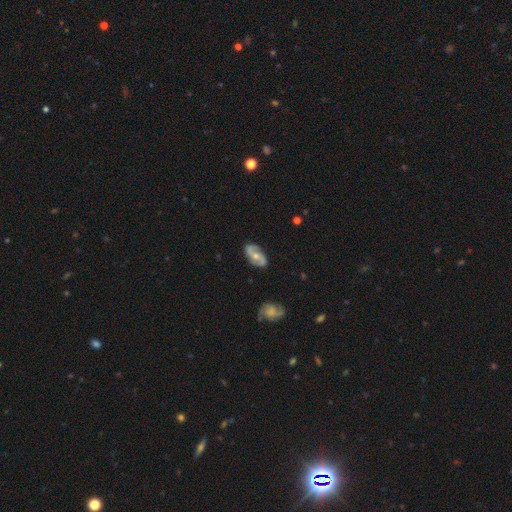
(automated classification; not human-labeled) Smooth or featured? Predicted: featured or disk (p=0.72). Edge-on disk? Predicted: no (p=0.94). Bar? Predicted: no (p=0.52). Spiral arms? Predicted: yes (p=0.90). Spiral winding? Predicted: medium (p=0.42). Spiral arm count? Predicted: 2 (p=0.89). Bulge size? Predicted: moderate (p=0.59). Merging? Predicted: none (p=0.81).